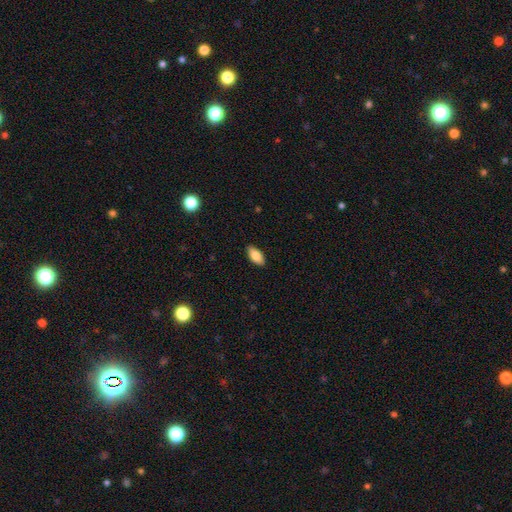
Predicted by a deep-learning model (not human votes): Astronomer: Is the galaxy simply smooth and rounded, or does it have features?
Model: smooth — 85%.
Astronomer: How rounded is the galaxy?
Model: in between — 90%.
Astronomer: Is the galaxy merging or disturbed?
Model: none — 89%.